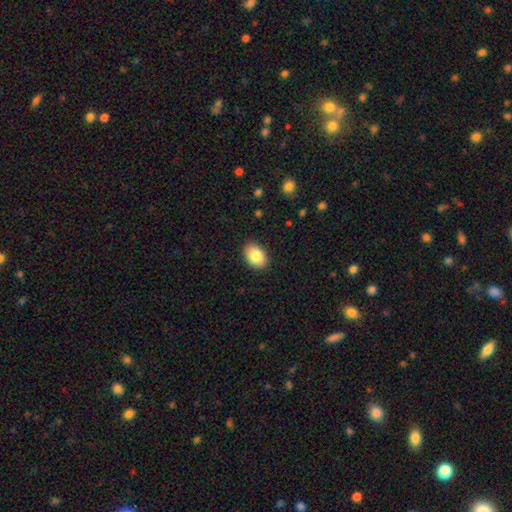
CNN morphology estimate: smooth_or_featured: smooth (p=0.84) [alt: featured or disk p=0.09]
how_rounded: in between (p=0.83) [alt: round p=0.16]
merging: none (p=0.88) [alt: minor disturbance p=0.09]